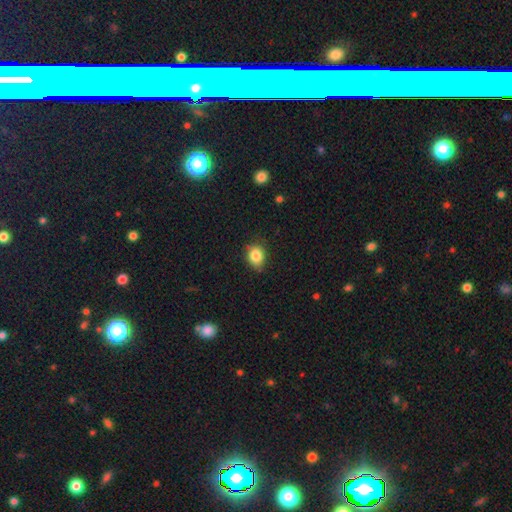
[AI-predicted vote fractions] Smooth or featured: smooth — 84% (star or artifact — 10%)
How rounded: in between — 52% (round — 47%)
Merging: none — 77% (minor disturbance — 18%)